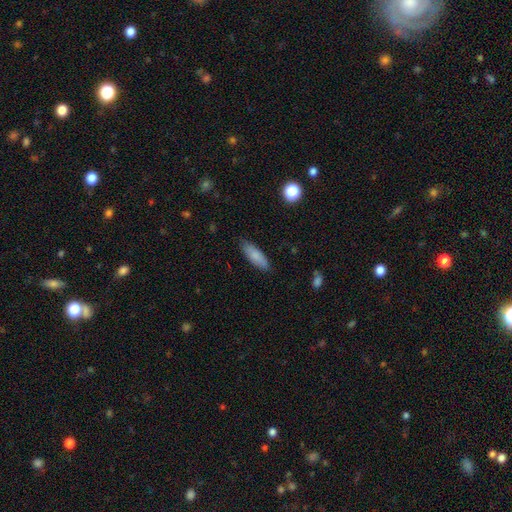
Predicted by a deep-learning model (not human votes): smooth 84%, featured or disk 10%, star or artifact 6%. Down the decision tree: how rounded — in between (63%); merging — none (83%).